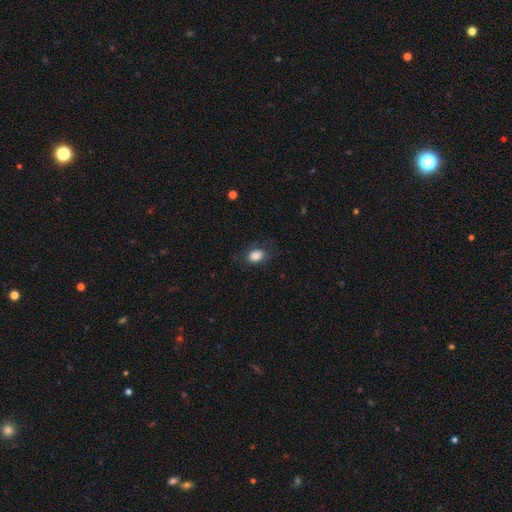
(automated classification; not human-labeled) Smooth or featured?
  - smooth: 85% *
  - star or artifact: 9%
  - featured or disk: 6%
How rounded?
  - in between: 74% *
  - round: 25%
  - cigar-shaped: 1%
Merging?
  - none: 75% *
  - minor disturbance: 17%
  - major disturbance: 7%
  - merger: 1%